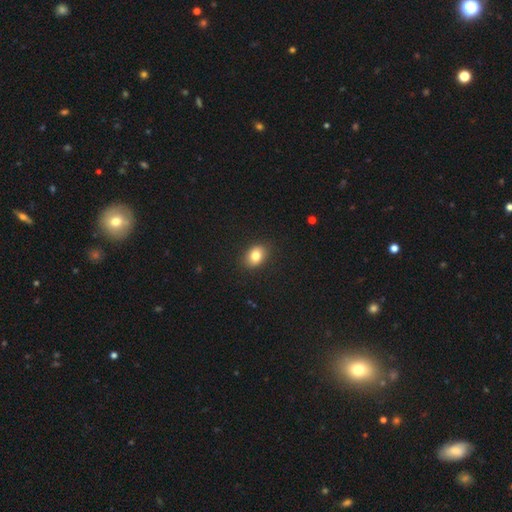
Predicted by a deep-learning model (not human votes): smooth-or-featured: smooth: 81% | star or artifact: 9% | featured or disk: 9%
  how-rounded: in between: 72% | round: 27% | cigar-shaped: 1%
  merging: none: 88% | minor disturbance: 9% | major disturbance: 2% | merger: 1%